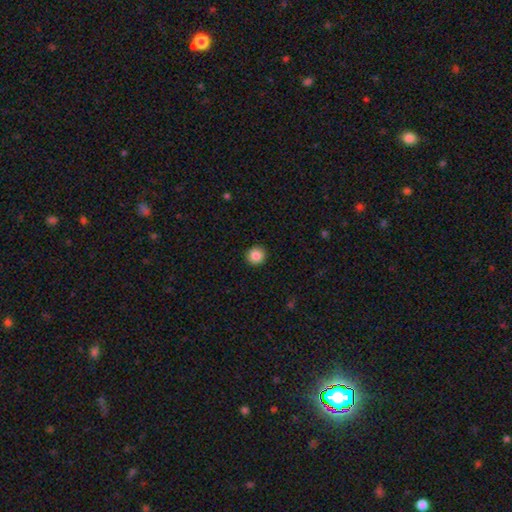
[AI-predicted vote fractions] Smooth or featured? Predicted: smooth (p=0.87). How rounded? Predicted: round (p=0.94). Merging? Predicted: none (p=0.93).